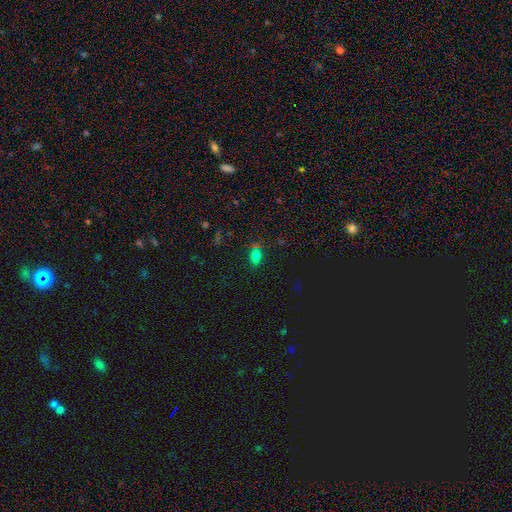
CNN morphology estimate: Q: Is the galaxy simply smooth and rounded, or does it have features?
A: smooth — 74%.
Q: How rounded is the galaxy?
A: in between — 82%.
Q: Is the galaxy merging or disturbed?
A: none — 69%.